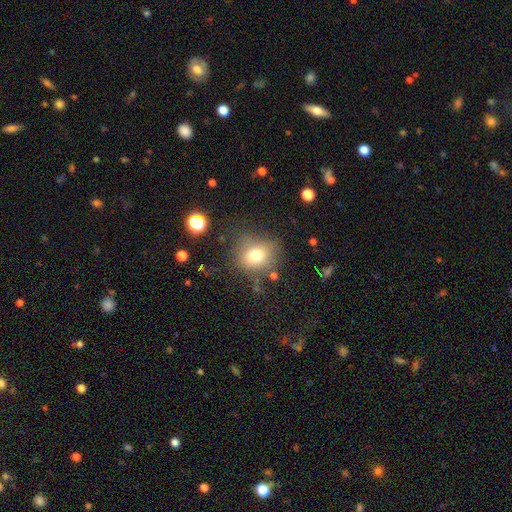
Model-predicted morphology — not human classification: Overall: smooth (75%). How rounded: round (71%). Merging: none (70%).